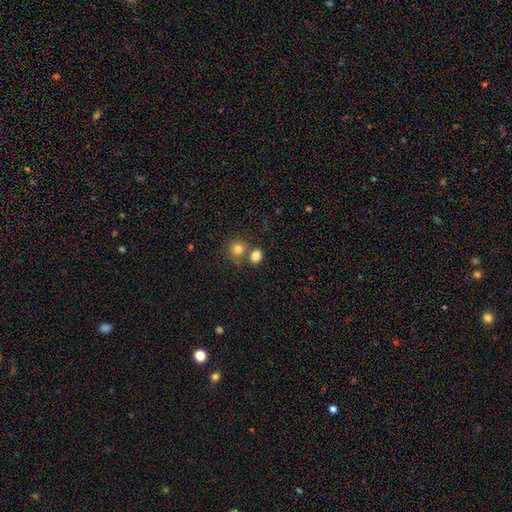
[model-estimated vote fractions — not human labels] Overall: smooth (82%). How rounded: round (50%; in between 49%). Merging: none (58%; merger 28%).